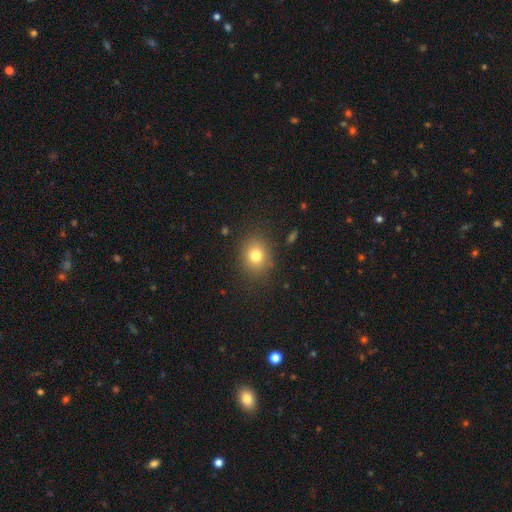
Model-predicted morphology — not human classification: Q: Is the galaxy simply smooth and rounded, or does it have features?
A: smooth — 78%.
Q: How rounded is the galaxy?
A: round — 66%.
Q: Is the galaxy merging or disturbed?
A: none — 85%.